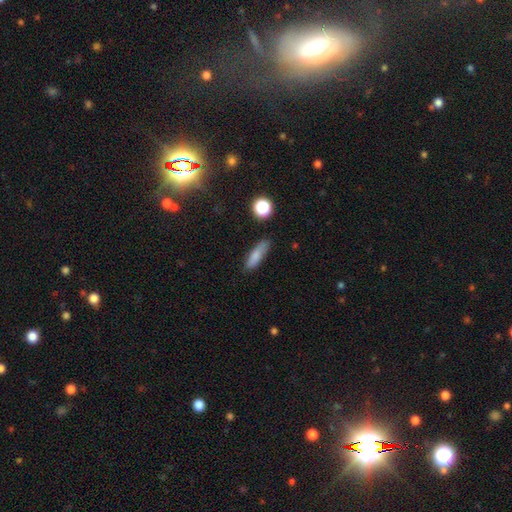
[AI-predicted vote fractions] Overall: smooth (80%). How rounded: cigar-shaped (60%; in between 36%). Merging: none (79%).